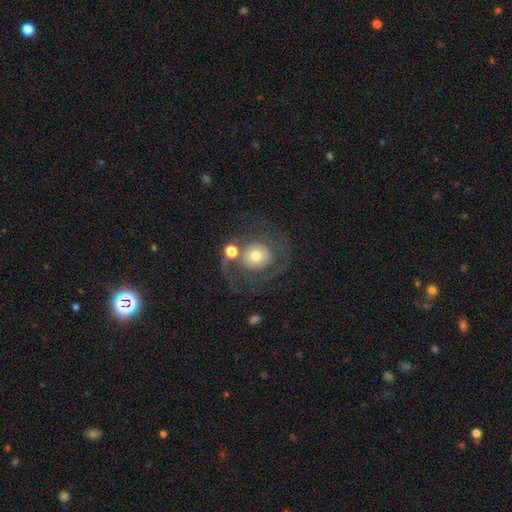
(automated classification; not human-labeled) Q: Smooth or featured?
A: featured or disk (60%); runner-up: smooth (31%)
Q: Edge-on disk?
A: no (97%); runner-up: yes (3%)
Q: Bar?
A: no (82%); runner-up: weak (14%)
Q: Spiral arms?
A: yes (76%); runner-up: no (24%)
Q: Bulge size?
A: moderate (52%); runner-up: small (29%)
Q: Merging?
A: none (50%); runner-up: major disturbance (20%)